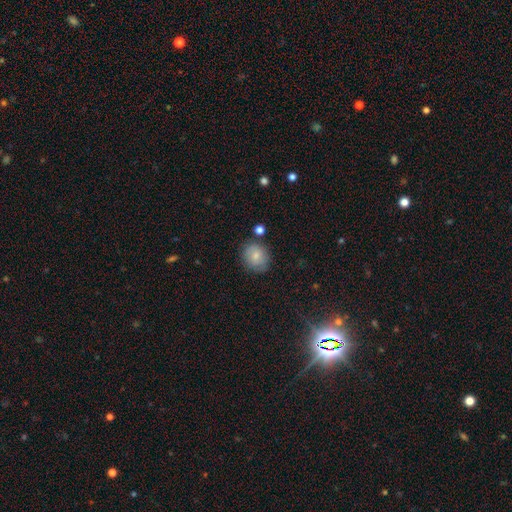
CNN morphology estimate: Overall: smooth (80%). How rounded: round (78%). Merging: none (79%).